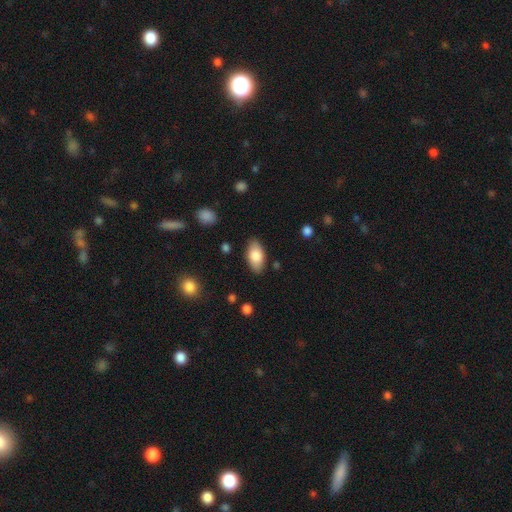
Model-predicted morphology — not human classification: Smooth or featured? smooth (82%)
How rounded? in between (94%)
Merging? none (85%)